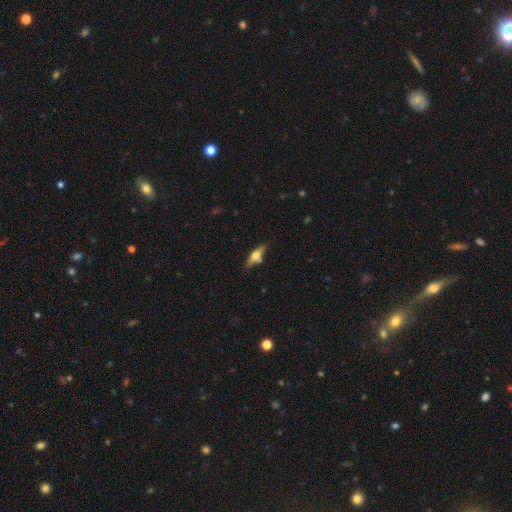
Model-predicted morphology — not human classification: Overall: smooth (48%; featured or disk 46%). Merging: none (72%).